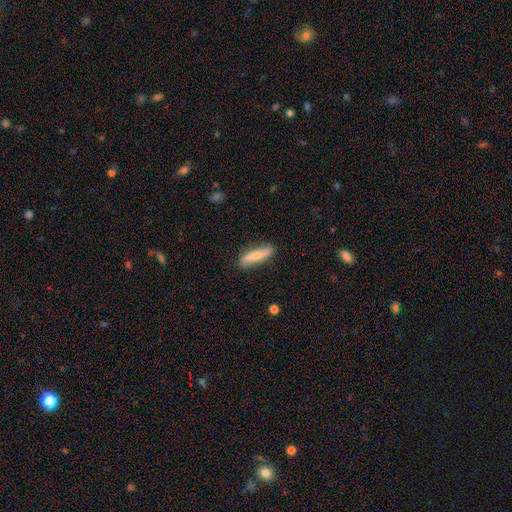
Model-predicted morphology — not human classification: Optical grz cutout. It shows a smooth galaxy with no disk features (65%) that is cigar-shaped (73%). Merging: none (82%).